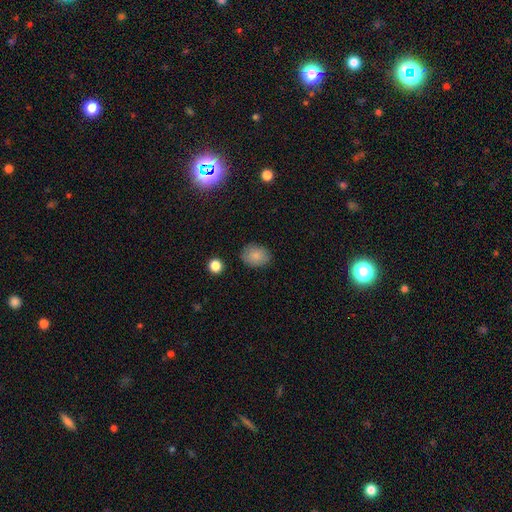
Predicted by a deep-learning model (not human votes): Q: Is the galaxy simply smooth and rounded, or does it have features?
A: smooth — 84%.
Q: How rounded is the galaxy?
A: in between — 59%.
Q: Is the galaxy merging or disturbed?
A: none — 84%.